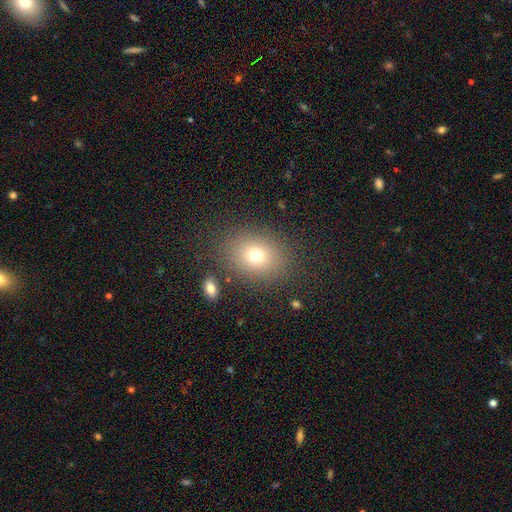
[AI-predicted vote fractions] Overall: smooth (73%). How rounded: in between (55%; round 44%). Merging: none (83%).